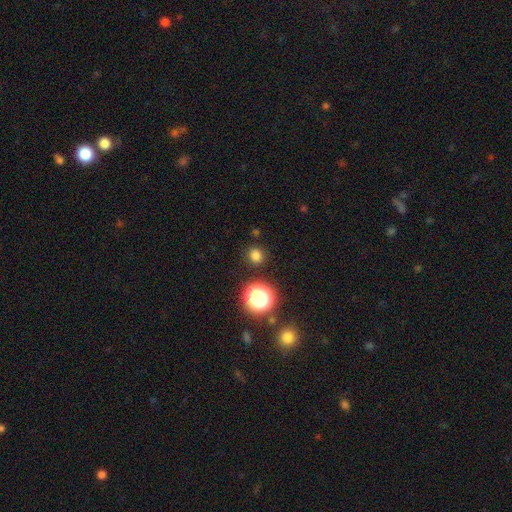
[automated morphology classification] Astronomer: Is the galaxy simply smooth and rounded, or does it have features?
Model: smooth — 76%.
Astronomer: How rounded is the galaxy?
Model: round — 89%.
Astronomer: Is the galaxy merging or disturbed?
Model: none — 88%.